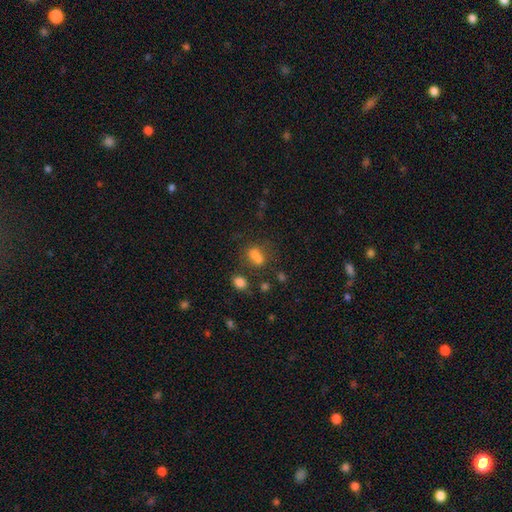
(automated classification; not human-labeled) Morphology: type=smooth (67%); roundness=round (53%); merging=merger (50%).